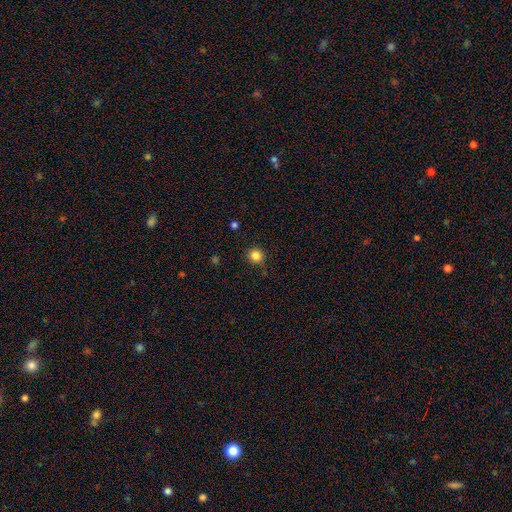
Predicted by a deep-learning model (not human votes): smooth_or_featured: smooth (p=0.84) [alt: star or artifact p=0.12]
how_rounded: round (p=0.91) [alt: in between p=0.08]
merging: none (p=0.86) [alt: minor disturbance p=0.10]